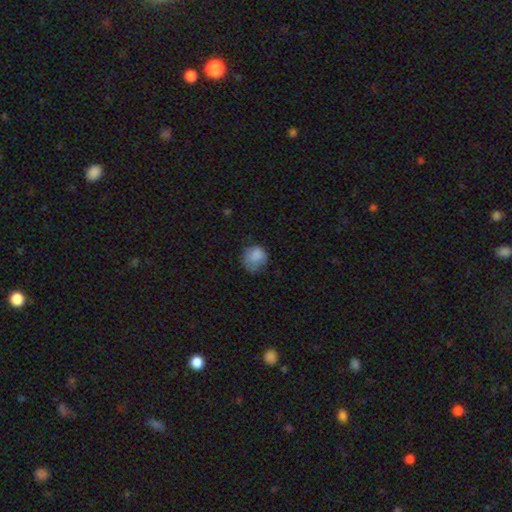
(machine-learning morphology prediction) type=smooth (83%); roundness=round (78%); merging=none (56%).